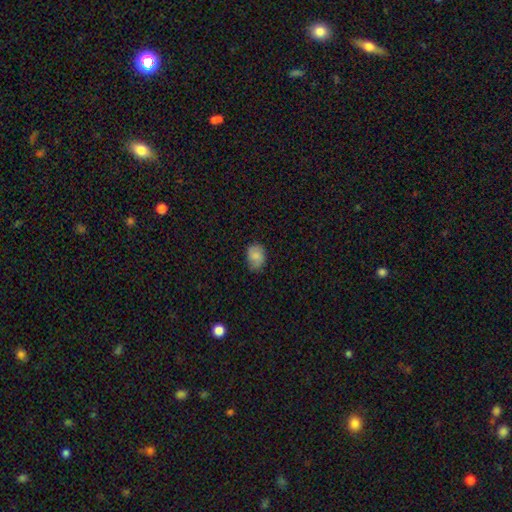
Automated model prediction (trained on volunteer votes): Smooth or featured? smooth (79%)
How rounded? in between (63%)
Merging? none (69%)